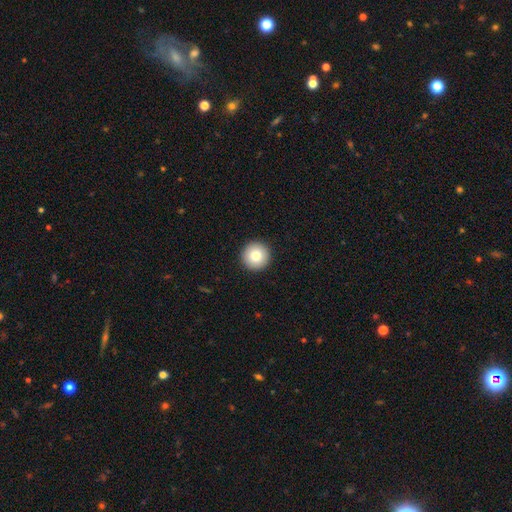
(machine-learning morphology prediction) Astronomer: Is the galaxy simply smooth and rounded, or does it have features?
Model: smooth — 84%.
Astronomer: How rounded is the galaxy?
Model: round — 97%.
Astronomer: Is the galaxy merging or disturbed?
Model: none — 93%.